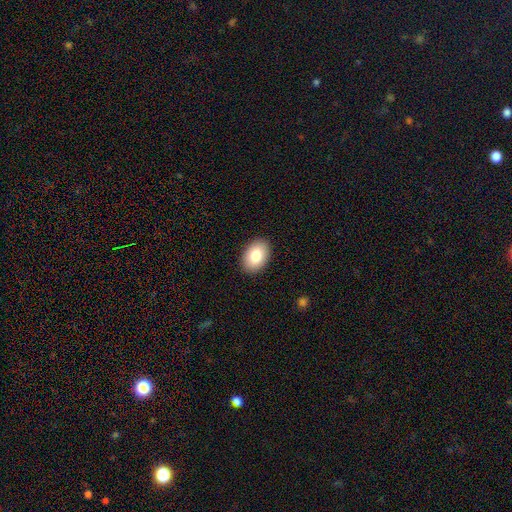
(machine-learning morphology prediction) Smooth or featured? Predicted: smooth (p=0.84). How rounded? Predicted: in between (p=0.88). Merging? Predicted: none (p=0.90).